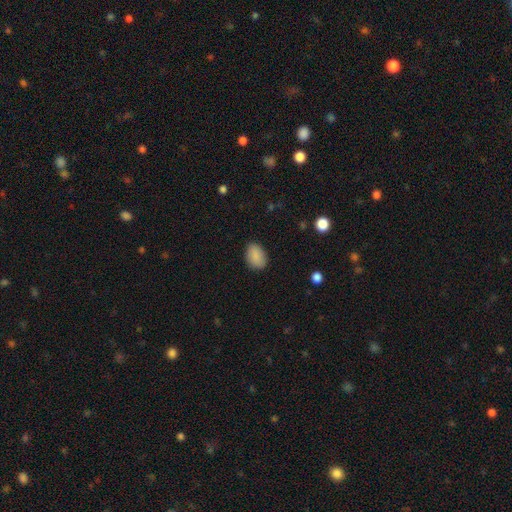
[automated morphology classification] smooth_or_featured: smooth (p=0.88) [alt: star or artifact p=0.08]
how_rounded: in between (p=0.83) [alt: round p=0.16]
merging: none (p=0.84) [alt: minor disturbance p=0.13]